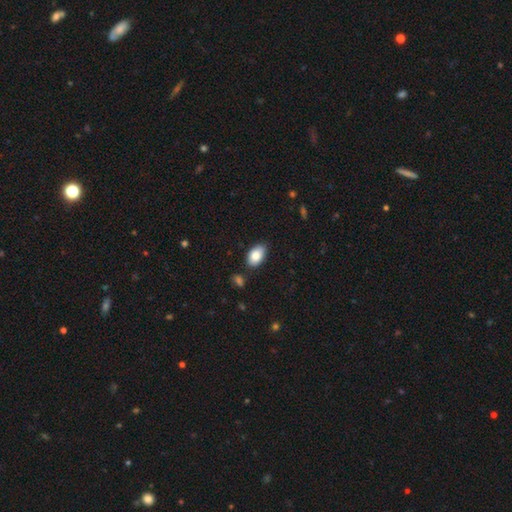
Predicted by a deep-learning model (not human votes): Overall: smooth (84%). How rounded: in between (93%). Merging: none (80%).